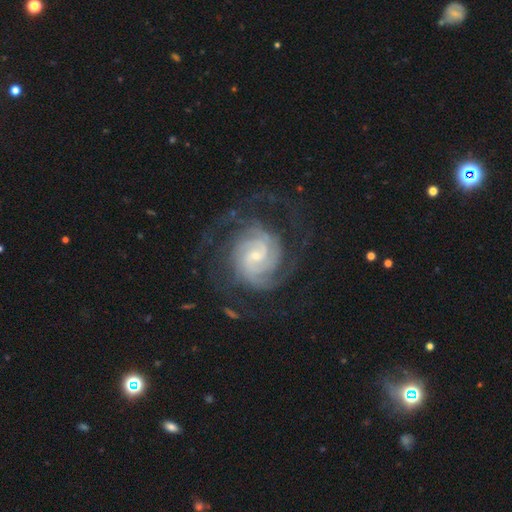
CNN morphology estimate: smooth_or_featured: featured or disk (p=0.90) [alt: star or artifact p=0.05]
disk_edge_on: no (p=0.98) [alt: yes p=0.02]
bar: no (p=0.46) [alt: weak p=0.43]
has_spiral_arms: yes (p=0.98) [alt: no p=0.02]
spiral_winding: tight (p=0.68) [alt: medium p=0.26]
spiral_arm_count: 2 (p=0.35) [alt: can't tell p=0.23]
bulge_size: small (p=0.69) [alt: moderate p=0.25]
merging: none (p=0.69) [alt: major disturbance p=0.15]